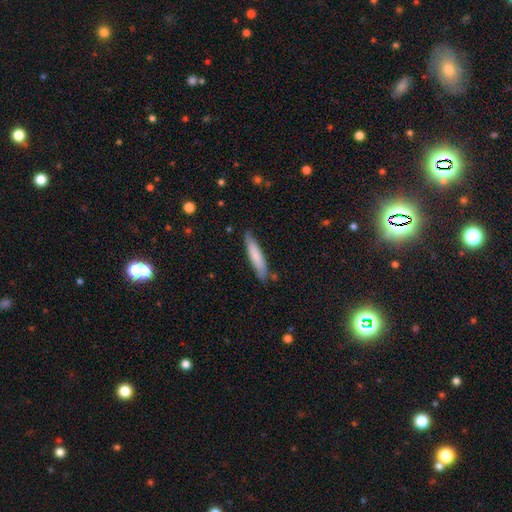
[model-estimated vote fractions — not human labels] Smooth or featured? Predicted: smooth (p=0.74). How rounded? Predicted: cigar-shaped (p=0.86). Merging? Predicted: none (p=0.80).